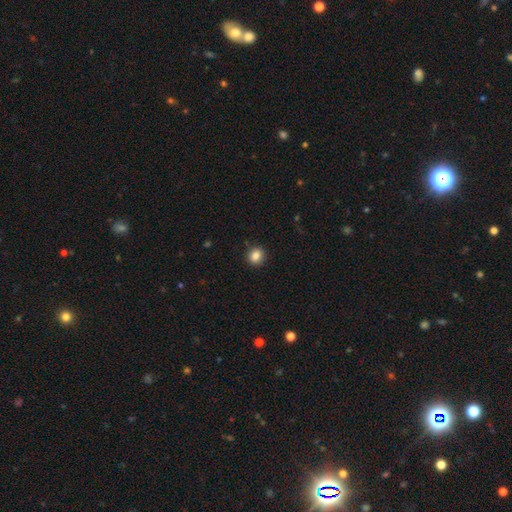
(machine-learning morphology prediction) Smooth or featured? Predicted: smooth (p=0.85). How rounded? Predicted: round (p=0.81). Merging? Predicted: none (p=0.89).